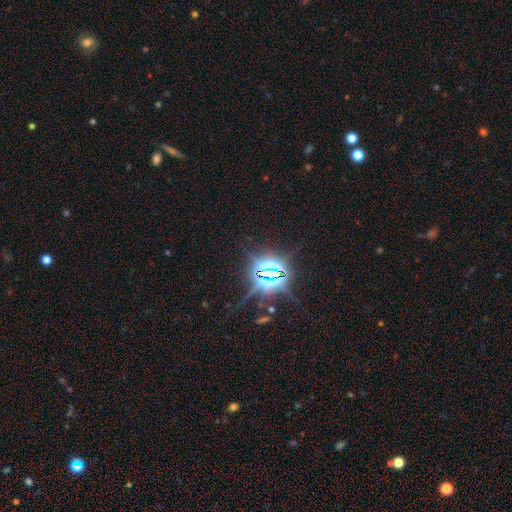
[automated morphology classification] type=star or artifact (84%).